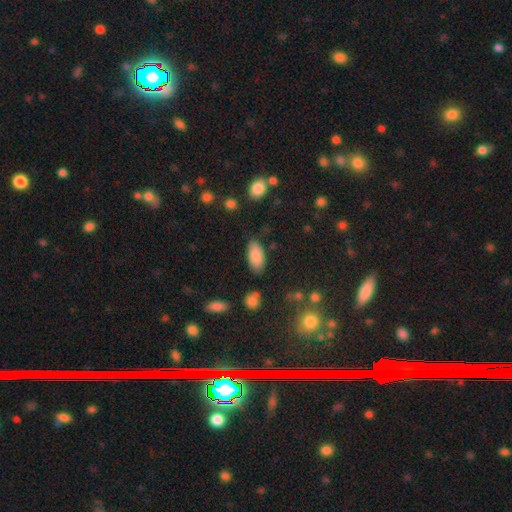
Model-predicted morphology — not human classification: smooth 86%, star or artifact 7%, featured or disk 7%. Down the decision tree: how rounded — in between (92%); merging — none (80%).